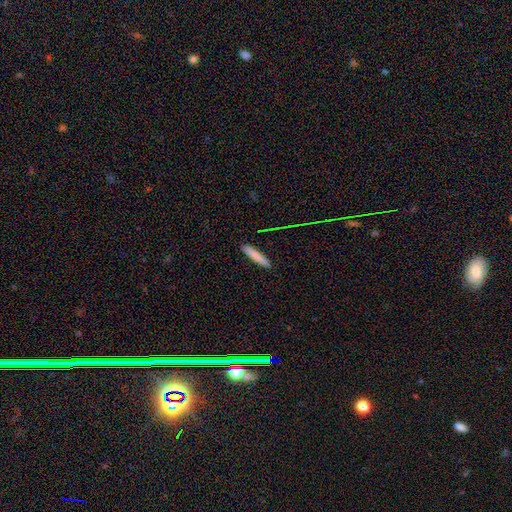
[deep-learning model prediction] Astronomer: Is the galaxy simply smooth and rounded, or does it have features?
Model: smooth — 81%.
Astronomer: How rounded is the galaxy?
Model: cigar-shaped — 91%.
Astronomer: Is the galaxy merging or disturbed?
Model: none — 90%.